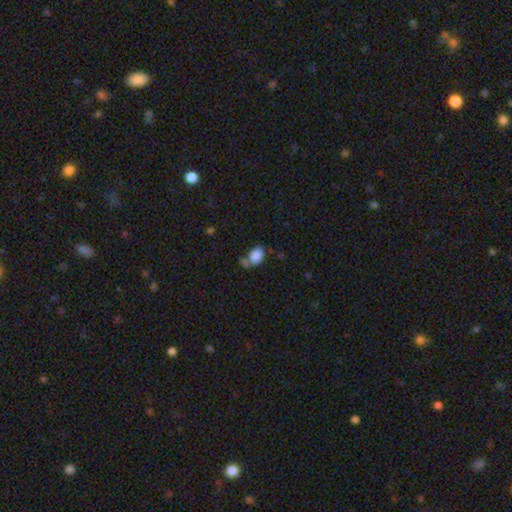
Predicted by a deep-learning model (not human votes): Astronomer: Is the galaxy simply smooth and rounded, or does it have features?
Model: smooth — 85%.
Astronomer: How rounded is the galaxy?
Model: in between — 83%.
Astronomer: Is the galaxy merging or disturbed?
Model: none — 46% (runner-up: merger, 29%).